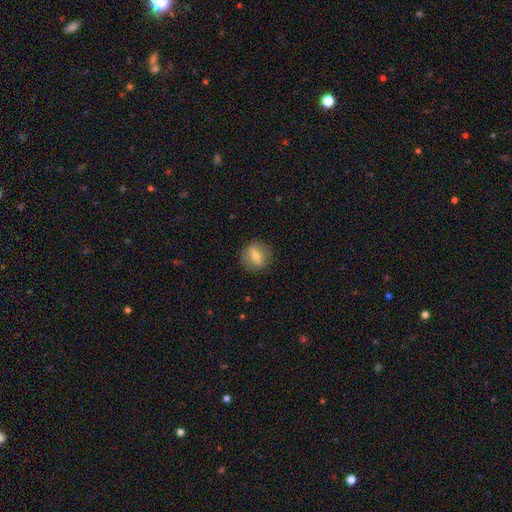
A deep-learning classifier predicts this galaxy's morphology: Q: Smooth or featured?
A: smooth (62%); runner-up: featured or disk (29%)
Q: How rounded?
A: round (78%); runner-up: in between (20%)
Q: Merging?
A: none (85%); runner-up: minor disturbance (10%)